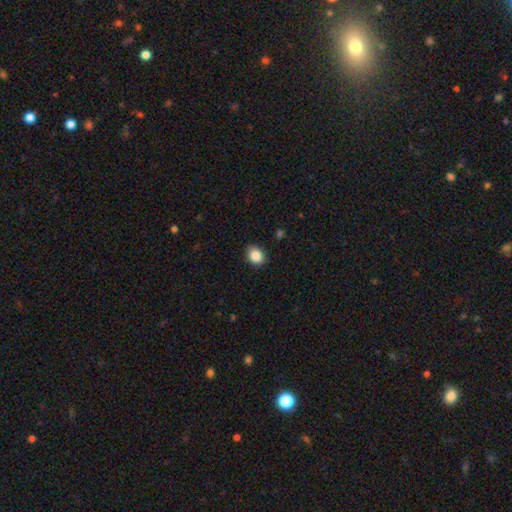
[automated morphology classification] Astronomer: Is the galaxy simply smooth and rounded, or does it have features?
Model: smooth — 87%.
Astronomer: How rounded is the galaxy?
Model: round — 53% (runner-up: in between, 46%).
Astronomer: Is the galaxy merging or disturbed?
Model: none — 87%.